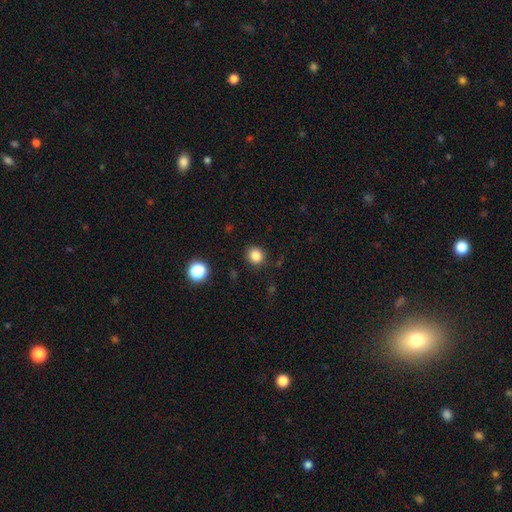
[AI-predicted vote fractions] smooth_or_featured: smooth (p=0.84) [alt: star or artifact p=0.12]
how_rounded: round (p=0.86) [alt: in between p=0.13]
merging: none (p=0.88) [alt: minor disturbance p=0.08]